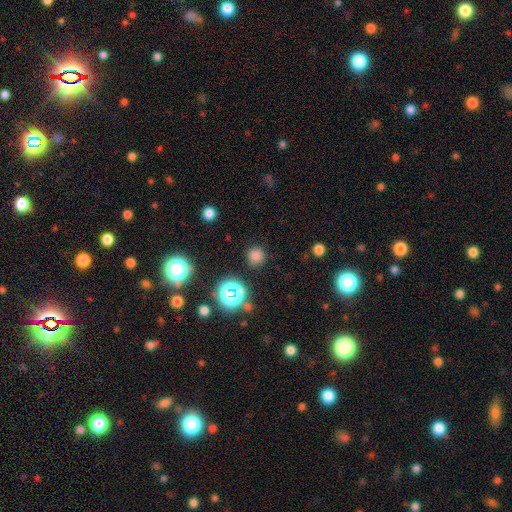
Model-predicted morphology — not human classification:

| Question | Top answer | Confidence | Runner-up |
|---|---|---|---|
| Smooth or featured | smooth | 72% | star or artifact (23%) |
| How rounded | round | 93% | in between (6%) |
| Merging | none | 87% | minor disturbance (8%) |